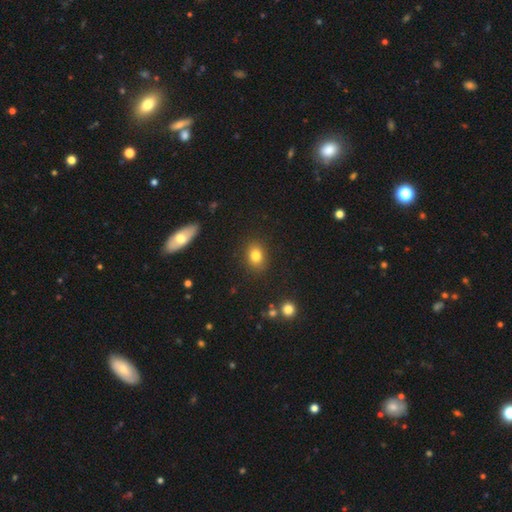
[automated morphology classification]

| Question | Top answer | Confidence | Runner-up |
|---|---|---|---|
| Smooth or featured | smooth | 82% | star or artifact (10%) |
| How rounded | in between | 59% | round (40%) |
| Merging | none | 88% | minor disturbance (8%) |